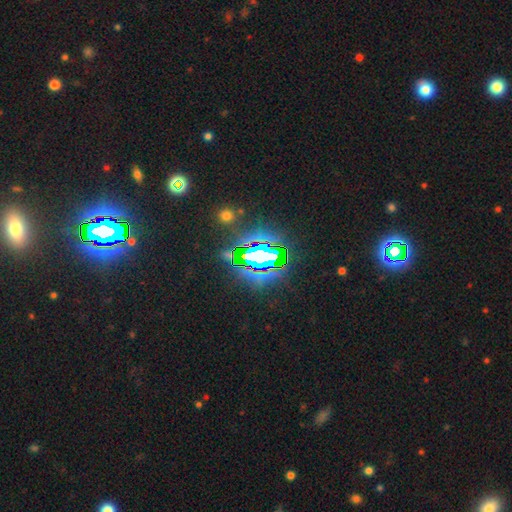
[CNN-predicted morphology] This is likely a star or artifact rather than a galaxy (79%).